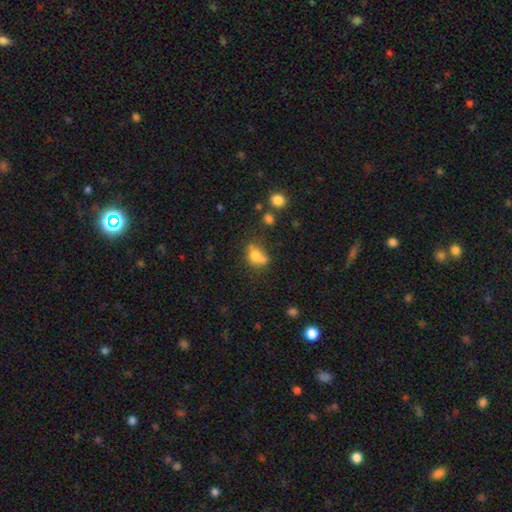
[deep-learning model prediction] Smooth or featured? Predicted: smooth (p=0.70). How rounded? Predicted: in between (p=0.62). Merging? Predicted: none (p=0.38).